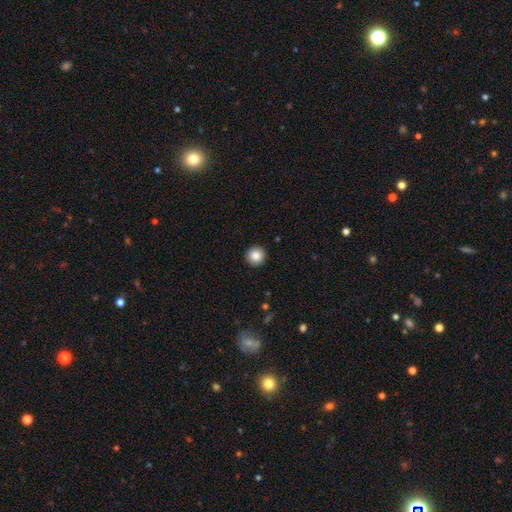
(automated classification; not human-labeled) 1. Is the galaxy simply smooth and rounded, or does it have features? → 87% smooth, 9% star or artifact, 5% featured or disk.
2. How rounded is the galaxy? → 96% round, 4% in between, 1% cigar-shaped.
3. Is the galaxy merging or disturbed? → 93% none, 5% minor disturbance, 1% major disturbance, 1% merger.